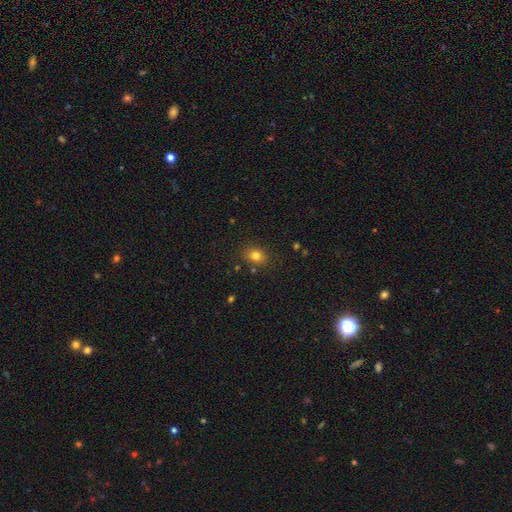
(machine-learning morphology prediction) Smooth or featured? Predicted: smooth (p=0.79). How rounded? Predicted: in between (p=0.50). Merging? Predicted: none (p=0.83).